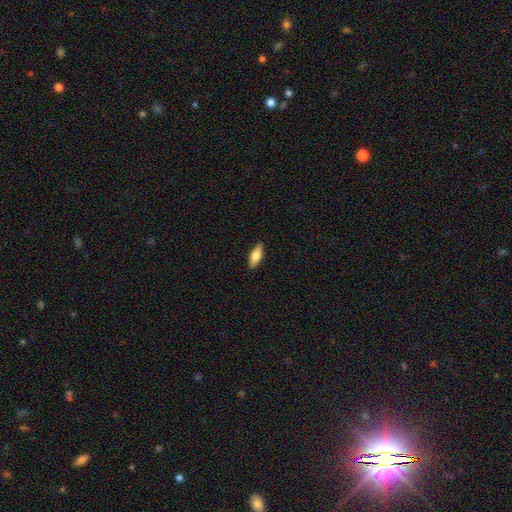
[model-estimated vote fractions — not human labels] A smooth galaxy with no disk features (69%) that is in between round and cigar-shaped (66%).

Vote fractions:
- Smooth or featured? smooth: 69% / featured or disk: 25% / star or artifact: 6%
- How rounded? in between: 66% / cigar-shaped: 31% / round: 3%
- Merging? none: 88% / minor disturbance: 10% / major disturbance: 2% / merger: 1%